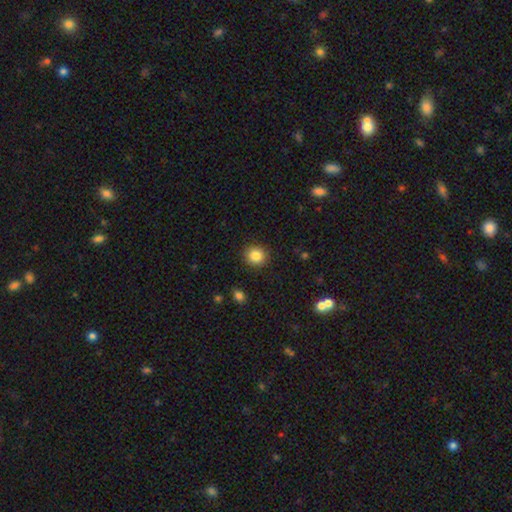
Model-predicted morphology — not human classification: The model was most divided on "how rounded": round: 85%, in between: 14%, cigar-shaped: 1%. More confident: merging — none (90%); smooth or featured — smooth (85%).